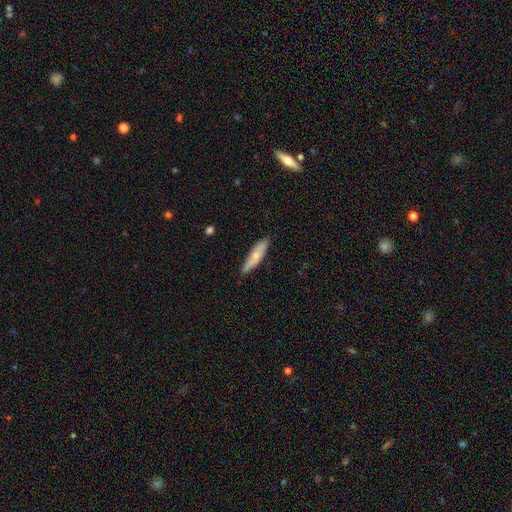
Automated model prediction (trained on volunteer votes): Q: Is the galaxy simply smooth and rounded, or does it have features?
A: smooth — 64%.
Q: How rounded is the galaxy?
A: cigar-shaped — 71%.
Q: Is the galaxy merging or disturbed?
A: none — 82%.